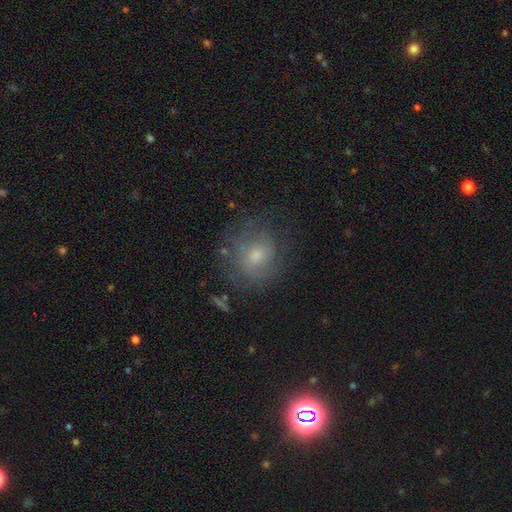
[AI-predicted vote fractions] A smooth galaxy with no disk features (52%) that is round (79%).

Vote fractions:
- Smooth or featured? smooth: 52% / featured or disk: 35% / star or artifact: 12%
- How rounded? round: 79% / in between: 20% / cigar-shaped: 1%
- Merging? none: 63% / minor disturbance: 20% / major disturbance: 14% / merger: 2%